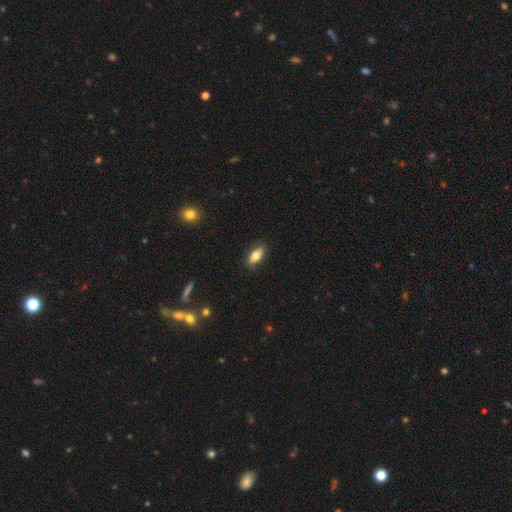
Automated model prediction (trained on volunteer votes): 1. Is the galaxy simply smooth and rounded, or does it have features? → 76% smooth, 17% featured or disk, 7% star or artifact.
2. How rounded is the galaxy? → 86% in between, 10% cigar-shaped, 4% round.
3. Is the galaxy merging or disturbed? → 87% none, 10% minor disturbance, 2% major disturbance, 1% merger.